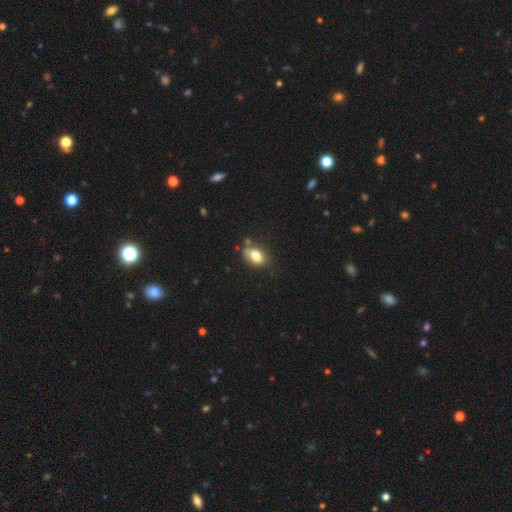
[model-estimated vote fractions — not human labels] This is clearly a smooth galaxy (81%). How rounded: clearly in between (86%). Merging: likely none (64%).